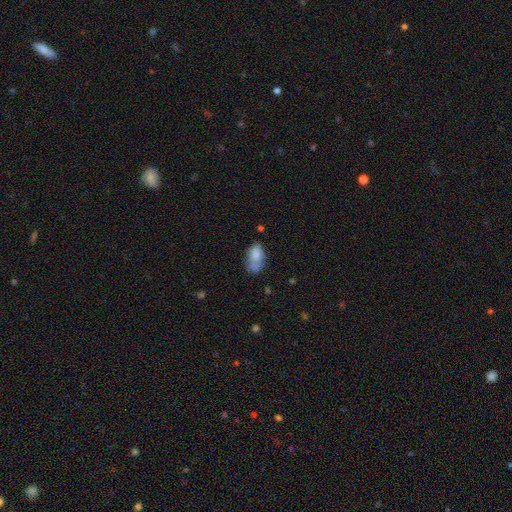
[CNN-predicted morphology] type=smooth (77%); roundness=in between (89%); merging=none (36%).